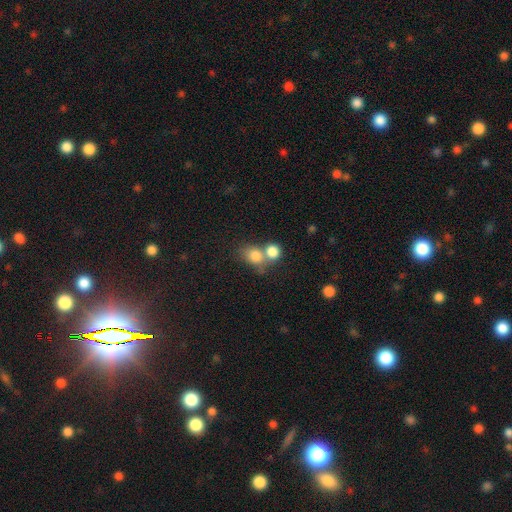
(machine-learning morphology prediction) Smooth or featured? smooth (80%)
How rounded? round (56%)
Merging? merger (54%)